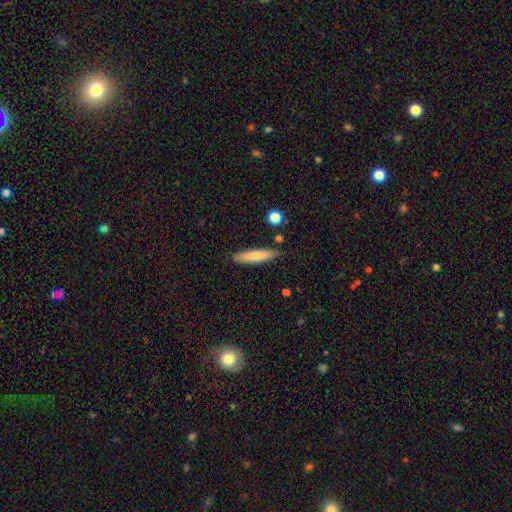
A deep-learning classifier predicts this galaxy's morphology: This appears to be a smooth galaxy with no disk features (77%) that is cigar-shaped (86%). Merging: none (85%).